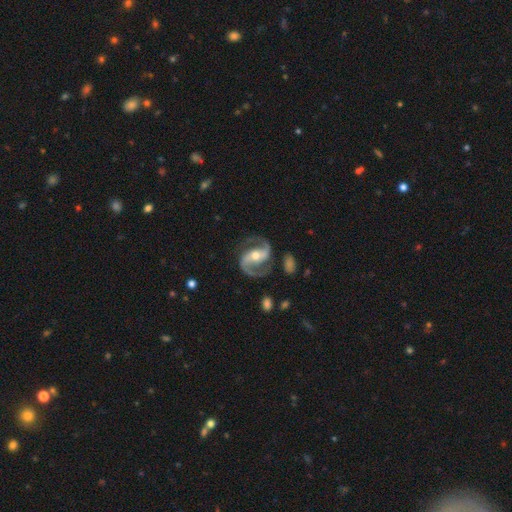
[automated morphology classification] A featured or disk galaxy (92%) with a strong bar (46%), 2 (93%) medium (58%) spiral arms (98%) and a moderate central bulge (59%). Merging: none (79%).